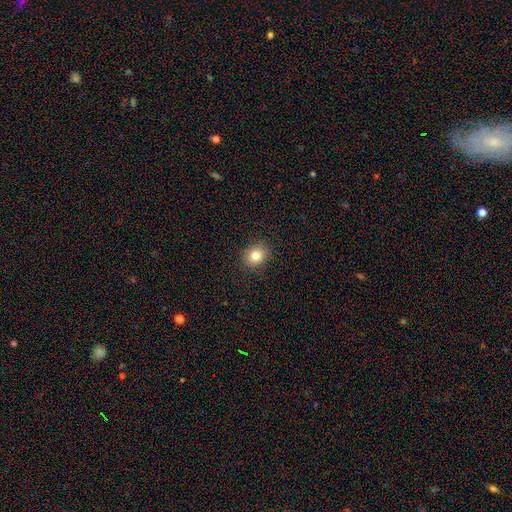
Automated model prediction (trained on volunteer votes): smooth 81%, star or artifact 11%, featured or disk 8%. Down the decision tree: how rounded — round (60%); merging — none (90%).